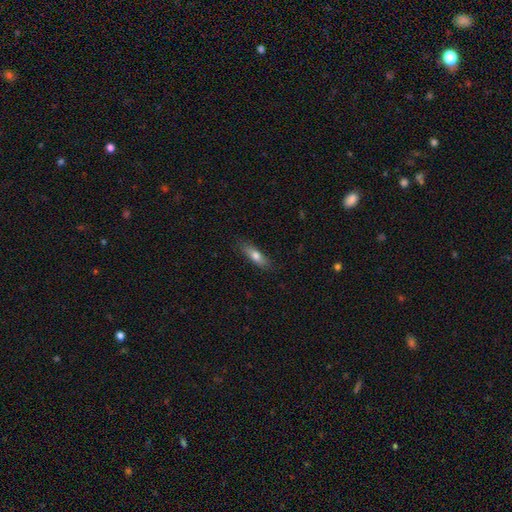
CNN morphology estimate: A smooth galaxy with no disk features (73%) that is in between round and cigar-shaped (51%).

Vote fractions:
- Smooth or featured? smooth: 73% / featured or disk: 20% / star or artifact: 7%
- How rounded? in between: 51% / cigar-shaped: 47% / round: 3%
- Merging? none: 82% / minor disturbance: 14% / major disturbance: 3% / merger: 1%